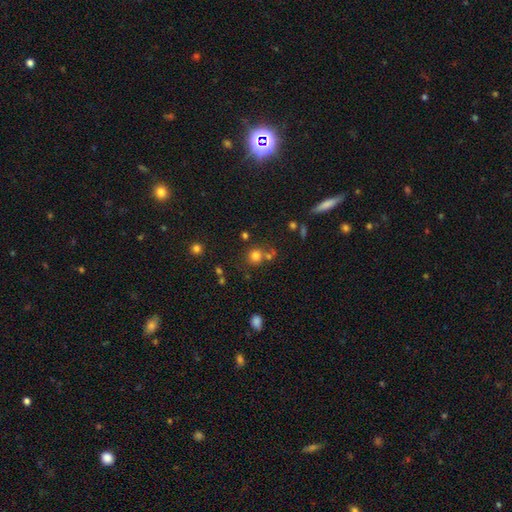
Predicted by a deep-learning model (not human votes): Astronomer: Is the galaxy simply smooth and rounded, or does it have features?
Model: smooth — 76%.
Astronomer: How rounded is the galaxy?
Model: round — 88%.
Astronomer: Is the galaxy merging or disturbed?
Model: none — 67%.